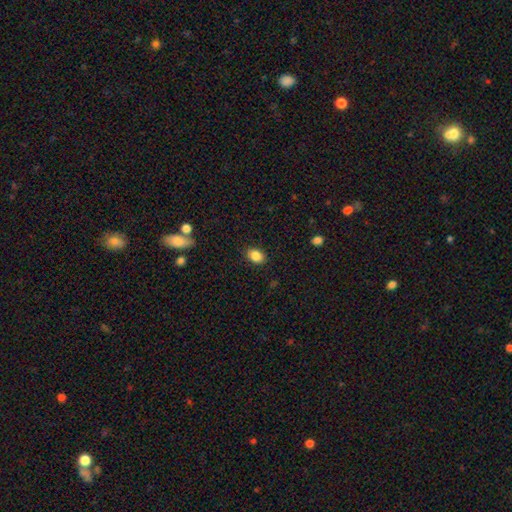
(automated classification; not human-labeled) smooth-or-featured: smooth: 86% | star or artifact: 9% | featured or disk: 5%
  how-rounded: in between: 74% | round: 24% | cigar-shaped: 1%
  merging: none: 87% | minor disturbance: 9% | major disturbance: 2% | merger: 1%